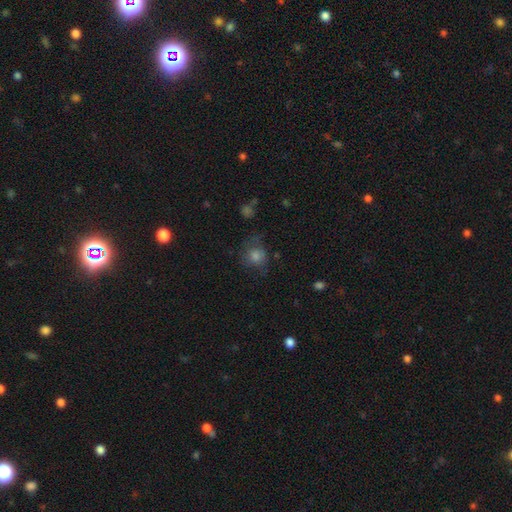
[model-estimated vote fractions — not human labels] smooth 60%, featured or disk 21%, star or artifact 19%. Down the decision tree: how rounded — round (79%); merging — none (59%).